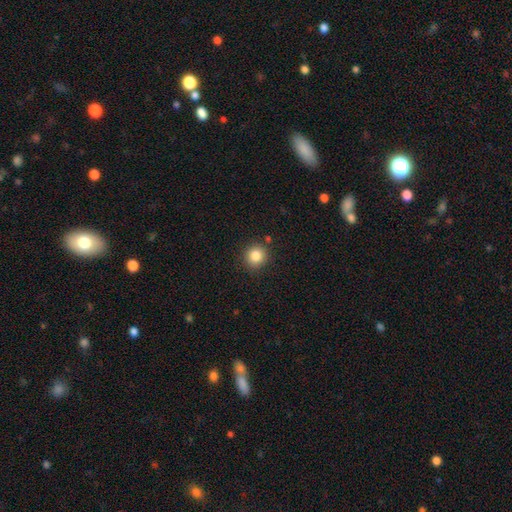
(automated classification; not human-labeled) The model was most divided on "smooth or featured": smooth: 84%, star or artifact: 11%, featured or disk: 5%. More confident: how rounded — round (90%); merging — none (88%).